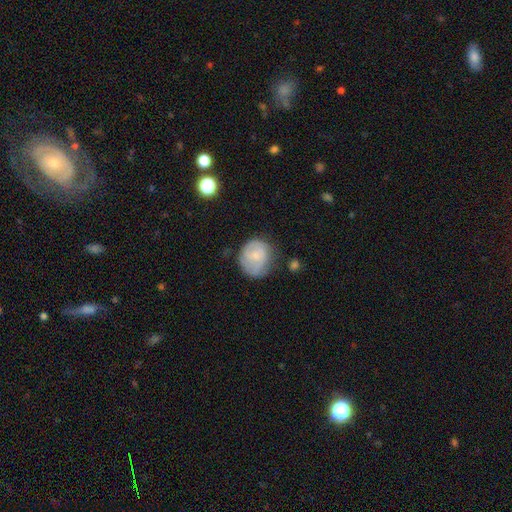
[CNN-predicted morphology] Smooth or featured? Predicted: smooth (p=0.49). Merging? Predicted: none (p=0.58).